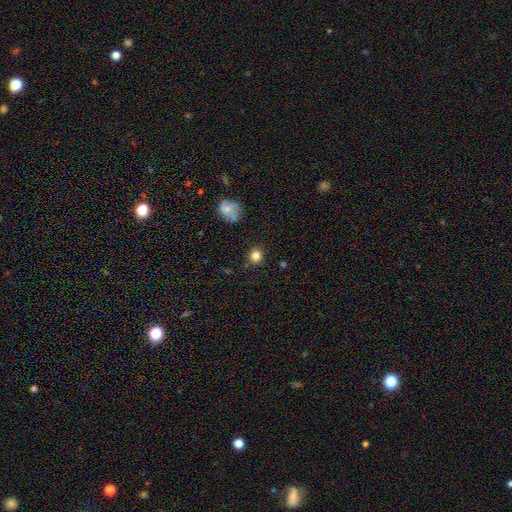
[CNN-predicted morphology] smooth 82%, star or artifact 11%, featured or disk 6%. Down the decision tree: how rounded — round (86%); merging — none (86%).